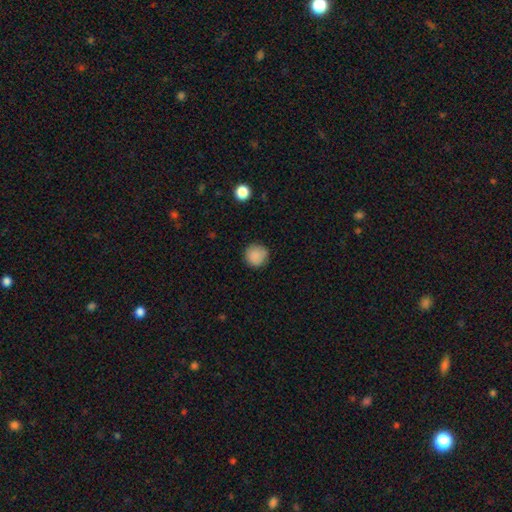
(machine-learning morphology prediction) Smooth or featured: smooth — 87% (star or artifact — 9%)
How rounded: round — 94% (in between — 5%)
Merging: none — 87% (minor disturbance — 10%)